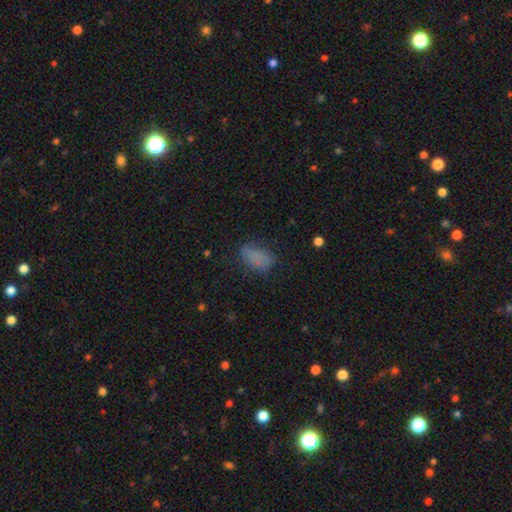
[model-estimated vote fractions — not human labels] Overall: smooth (76%). How rounded: in between (90%). Merging: none (65%).